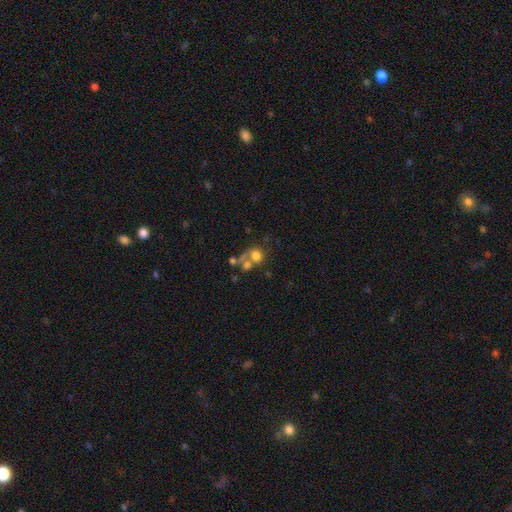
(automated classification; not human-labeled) Q: Smooth or featured?
A: smooth (65%); runner-up: featured or disk (21%)
Q: How rounded?
A: round (74%); runner-up: in between (25%)
Q: Merging?
A: merger (51%); runner-up: none (30%)